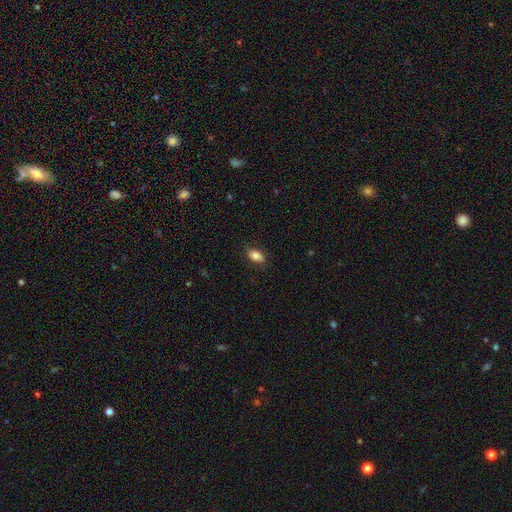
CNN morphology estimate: Smooth or featured: smooth — 82% (featured or disk — 10%)
How rounded: in between — 89% (round — 7%)
Merging: none — 82% (minor disturbance — 14%)